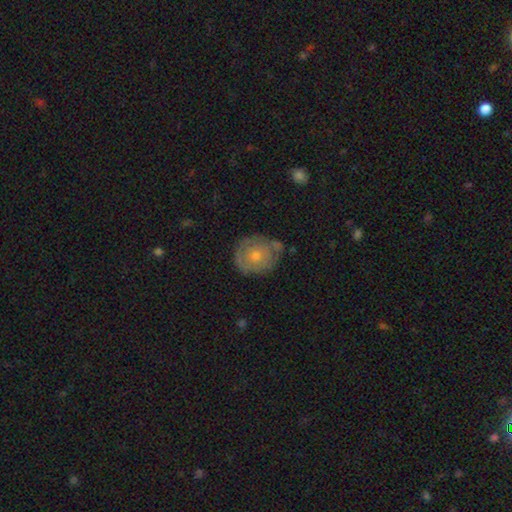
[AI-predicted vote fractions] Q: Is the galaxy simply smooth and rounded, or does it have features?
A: featured or disk — 49%.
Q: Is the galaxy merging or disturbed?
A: none — 68%.